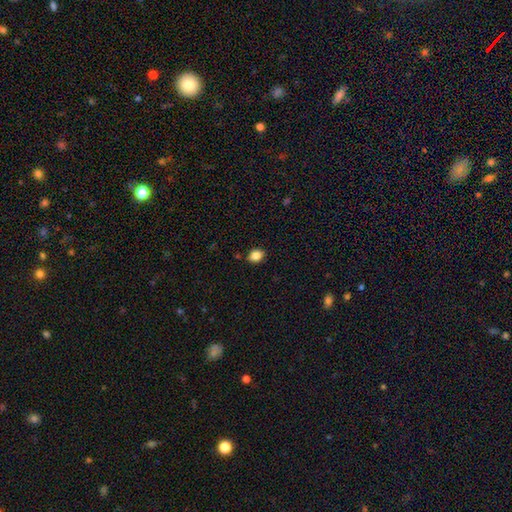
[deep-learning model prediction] Q: Smooth or featured?
A: smooth (85%); runner-up: star or artifact (10%)
Q: How rounded?
A: in between (55%); runner-up: round (44%)
Q: Merging?
A: none (87%); runner-up: minor disturbance (9%)